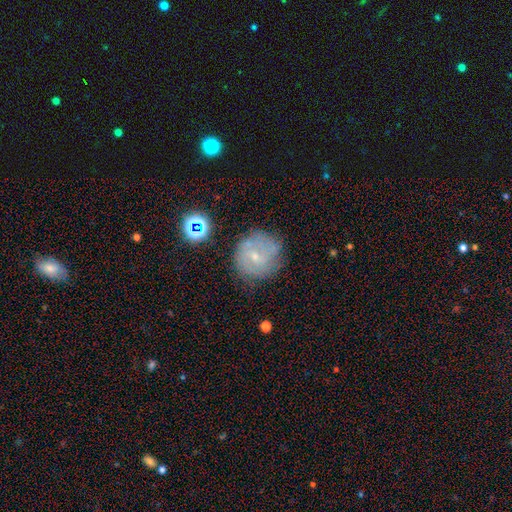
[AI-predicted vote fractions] The model was most divided on "bar": no: 52%, weak: 41%, strong: 7%. More confident: edge-on disk — no (97%); spiral arms — yes (78%); bulge size — small (73%); merging — none (68%); smooth or featured — featured or disk (56%).